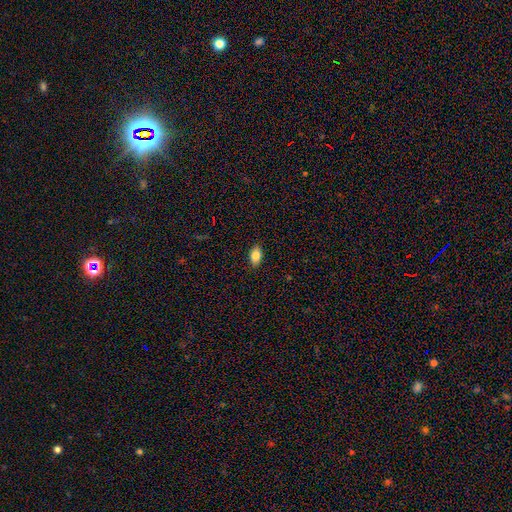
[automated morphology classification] Smooth or featured? Predicted: smooth (p=0.84). How rounded? Predicted: in between (p=0.91). Merging? Predicted: none (p=0.89).